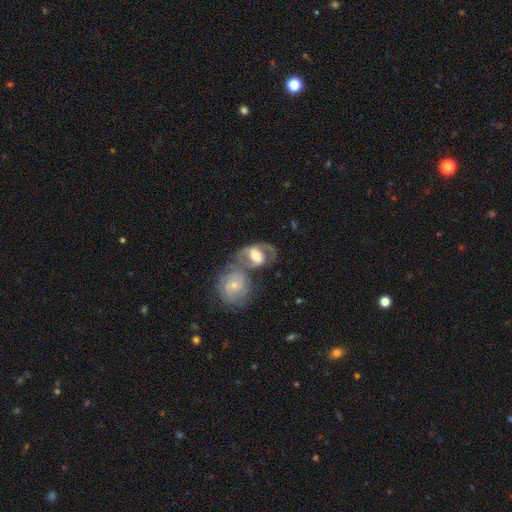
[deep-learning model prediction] A featured or disk galaxy (67%) with no bar (41%), 2 (65%) medium (42%) spiral arms (79%) and a moderate central bulge (52%).

Vote fractions:
- Smooth or featured? featured or disk: 67% / smooth: 26% / star or artifact: 6%
- Edge-on disk? no: 95% / yes: 5%
- Bar? no: 41% / weak: 39% / strong: 20%
- Spiral arms? yes: 79% / no: 21%
- Spiral winding? medium: 42% / tight: 41% / loose: 17%
- Spiral arm count? 2: 65% / can't tell: 20% / 1: 8% / 3: 4% / 4: 2% / more than 4: 2%
- Bulge size? moderate: 52% / small: 26% / large: 17% / none: 3% / dominant: 2%
- Merging? merger: 56% / none: 24% / minor disturbance: 11% / major disturbance: 10%